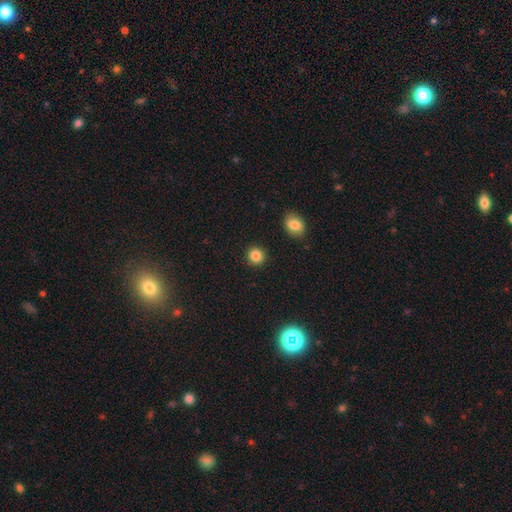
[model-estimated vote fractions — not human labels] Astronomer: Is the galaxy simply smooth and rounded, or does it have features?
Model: smooth — 85%.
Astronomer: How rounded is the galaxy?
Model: round — 90%.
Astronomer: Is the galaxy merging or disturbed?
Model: none — 92%.